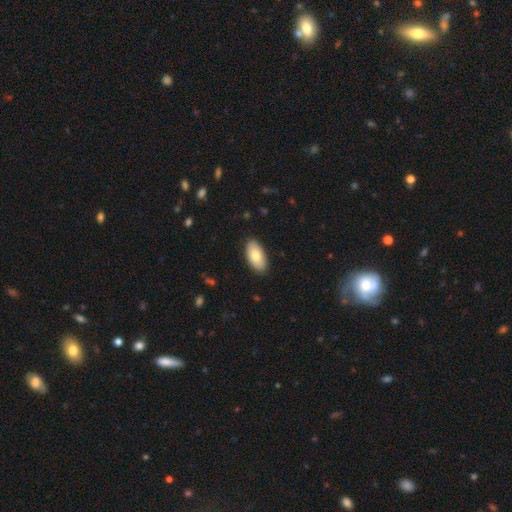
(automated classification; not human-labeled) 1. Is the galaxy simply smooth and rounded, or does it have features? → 79% smooth, 16% featured or disk, 6% star or artifact.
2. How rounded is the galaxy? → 94% in between, 3% cigar-shaped, 2% round.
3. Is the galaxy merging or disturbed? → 87% none, 10% minor disturbance, 2% major disturbance, 1% merger.